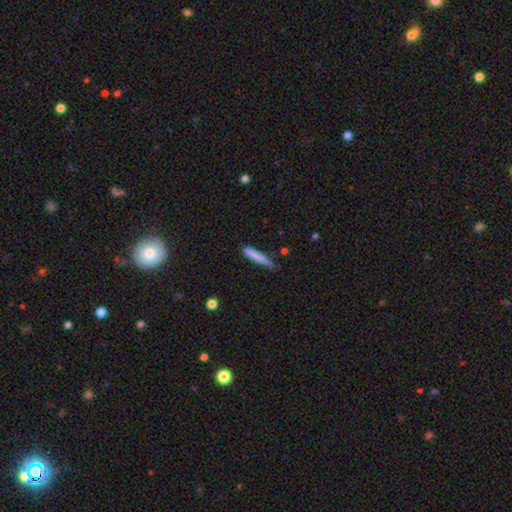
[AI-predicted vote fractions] Overall: smooth (79%). How rounded: cigar-shaped (94%). Merging: none (70%).